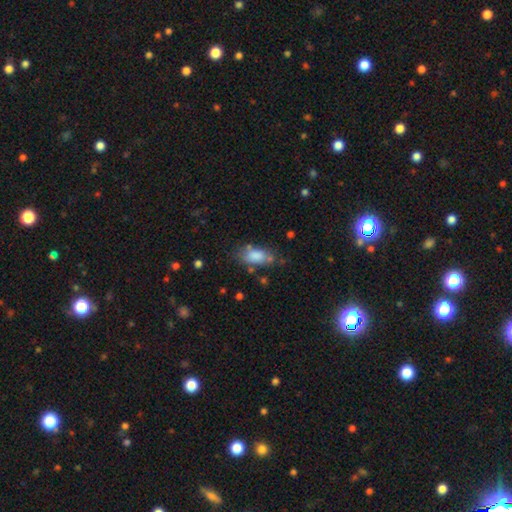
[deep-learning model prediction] Morphology: type=smooth (80%); roundness=in between (87%); merging=none (58%).